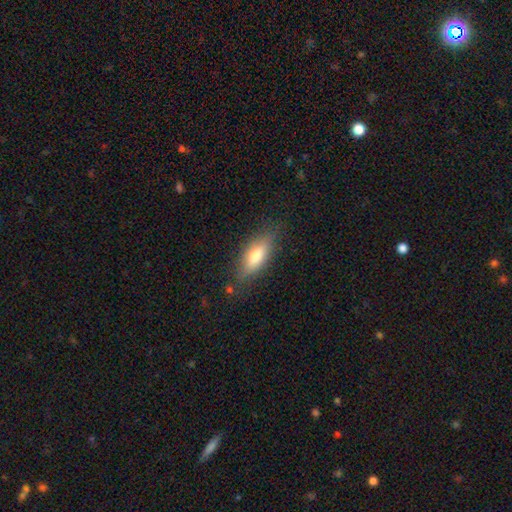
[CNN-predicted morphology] The model was most divided on "how rounded": in between: 65%, cigar-shaped: 32%, round: 3%. More confident: merging — none (79%); smooth or featured — smooth (63%).